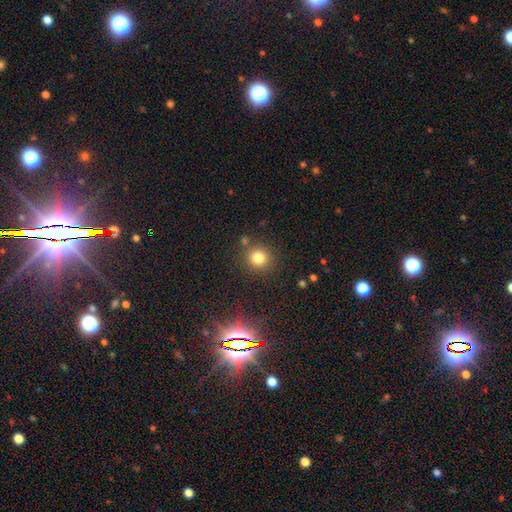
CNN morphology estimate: This appears to be a smooth galaxy with no disk features (73%) that is round (91%). Merging: none (83%).